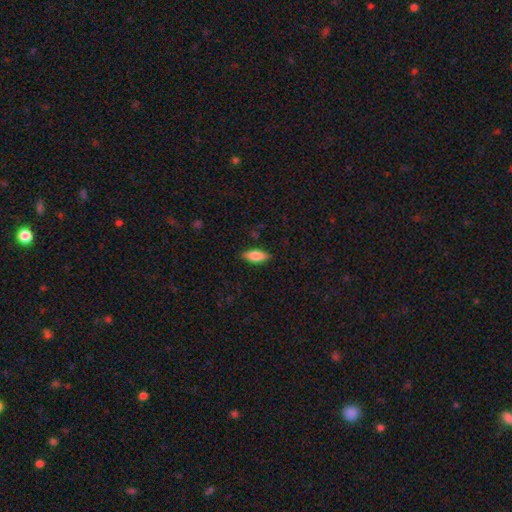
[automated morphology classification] smooth_or_featured: smooth (p=0.78) [alt: featured or disk p=0.16]
how_rounded: in between (p=0.78) [alt: cigar-shaped p=0.19]
merging: none (p=0.85) [alt: minor disturbance p=0.11]